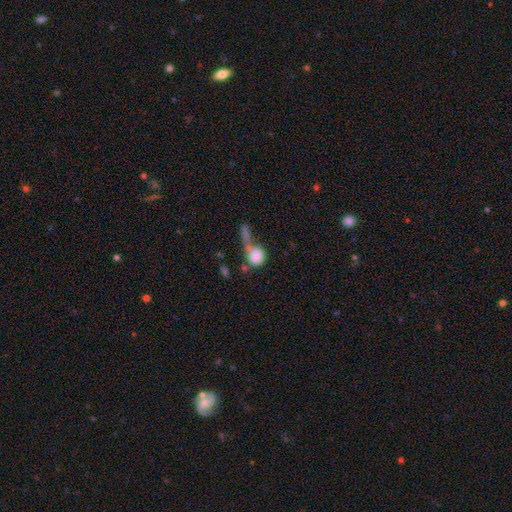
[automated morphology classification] A smooth galaxy with no disk features (80%) that is round (79%). Merging: merger (38%).